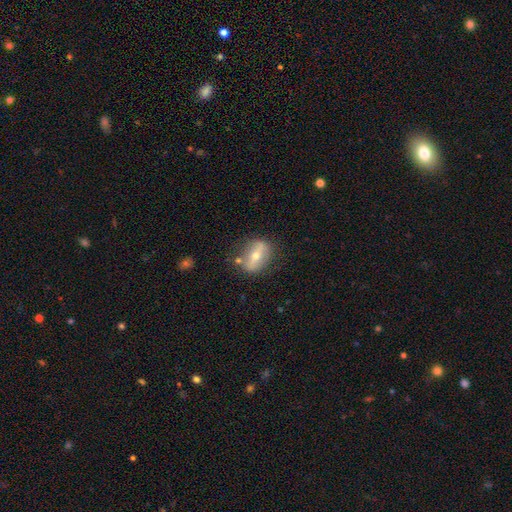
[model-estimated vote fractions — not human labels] A featured or disk galaxy (53%).

Vote fractions:
- Smooth or featured? featured or disk: 53% / smooth: 39% / star or artifact: 8%
- Edge-on disk? no: 74% / yes: 26%
- Merging? none: 73% / minor disturbance: 16% / major disturbance: 6% / merger: 5%